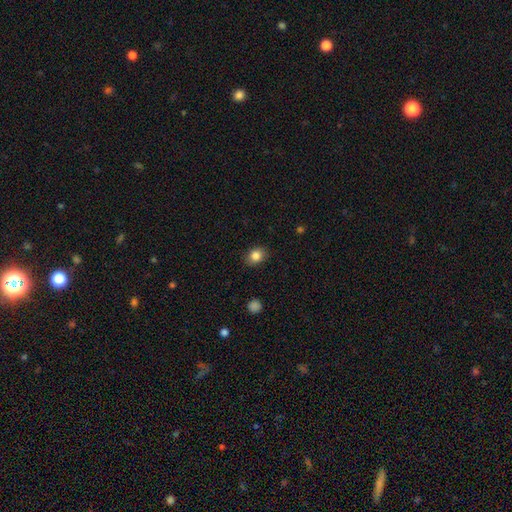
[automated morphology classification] This appears to be a smooth galaxy with no disk features (84%) that is in between round and cigar-shaped (57%). Merging: none (87%).